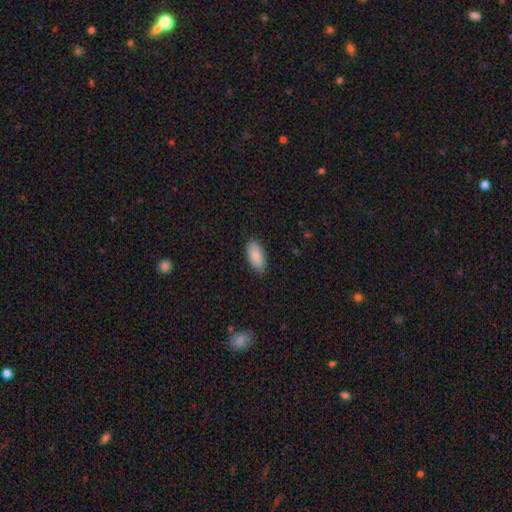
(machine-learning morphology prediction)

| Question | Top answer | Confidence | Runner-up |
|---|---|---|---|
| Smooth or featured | smooth | 86% | featured or disk (7%) |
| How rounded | in between | 92% | cigar-shaped (5%) |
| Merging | none | 86% | minor disturbance (11%) |